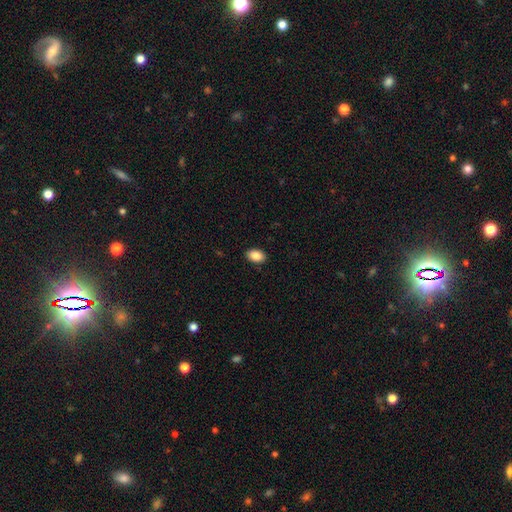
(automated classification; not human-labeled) Smooth or featured? smooth (88%)
How rounded? in between (88%)
Merging? none (90%)